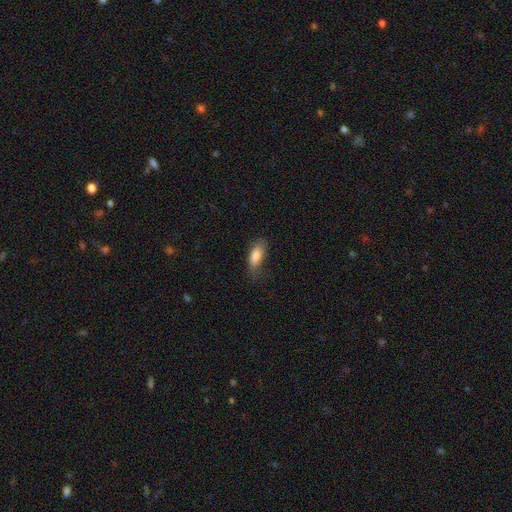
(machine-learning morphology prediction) smooth 82%, featured or disk 11%, star or artifact 7%. Down the decision tree: how rounded — in between (73%); merging — none (61%).